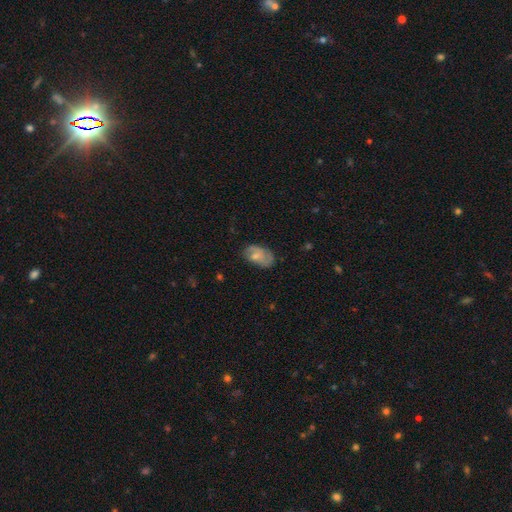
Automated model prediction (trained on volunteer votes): smooth-or-featured: smooth: 48% | featured or disk: 42% | star or artifact: 10%
  merging: none: 65% | minor disturbance: 25% | major disturbance: 8% | merger: 2%